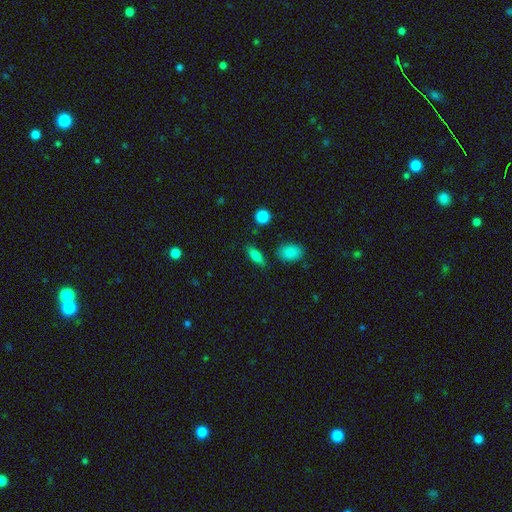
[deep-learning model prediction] A smooth galaxy with no disk features (79%) that is in between round and cigar-shaped (73%).

Vote fractions:
- Smooth or featured? smooth: 79% / featured or disk: 12% / star or artifact: 9%
- How rounded? in between: 73% / cigar-shaped: 22% / round: 6%
- Merging? none: 81% / minor disturbance: 12% / merger: 3% / major disturbance: 3%